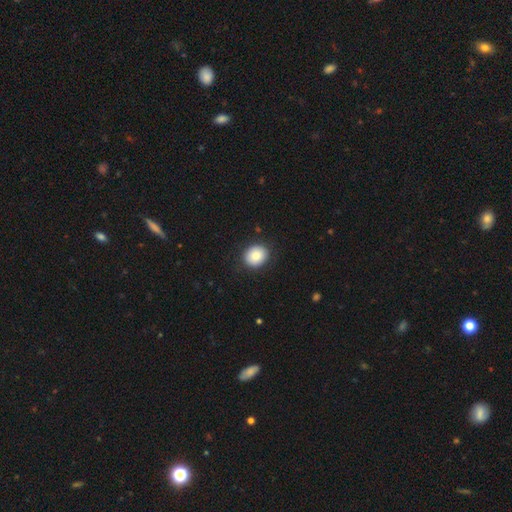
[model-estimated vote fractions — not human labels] smooth-or-featured: smooth: 86% | star or artifact: 8% | featured or disk: 6%
  how-rounded: round: 65% | in between: 34% | cigar-shaped: 1%
  merging: none: 89% | minor disturbance: 8% | major disturbance: 2% | merger: 1%